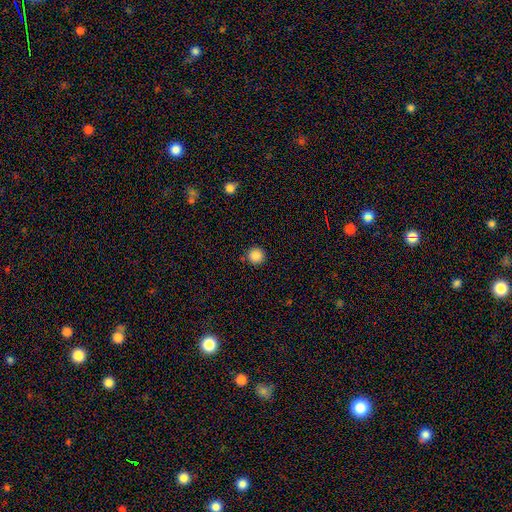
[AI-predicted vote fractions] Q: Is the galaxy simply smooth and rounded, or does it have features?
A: smooth — 87%.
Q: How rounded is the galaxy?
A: round — 96%.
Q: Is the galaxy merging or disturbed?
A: none — 90%.